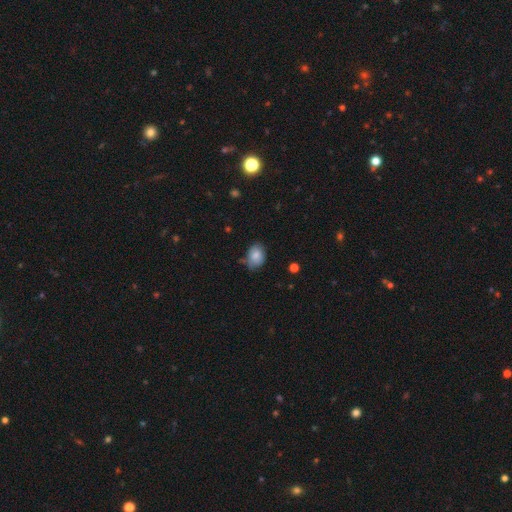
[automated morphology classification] A smooth galaxy with no disk features (81%) that is in between round and cigar-shaped (71%).

Vote fractions:
- Smooth or featured? smooth: 81% / featured or disk: 11% / star or artifact: 8%
- How rounded? in between: 71% / round: 28% / cigar-shaped: 1%
- Merging? none: 65% / minor disturbance: 27% / major disturbance: 5% / merger: 3%